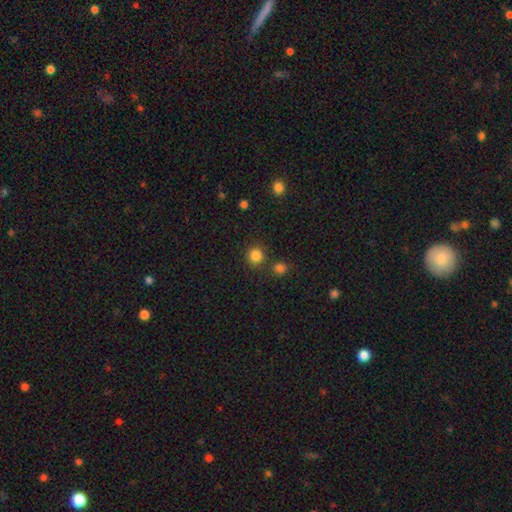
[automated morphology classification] Smooth or featured: smooth — 84% (star or artifact — 13%)
How rounded: round — 92% (in between — 7%)
Merging: none — 81% (merger — 9%)